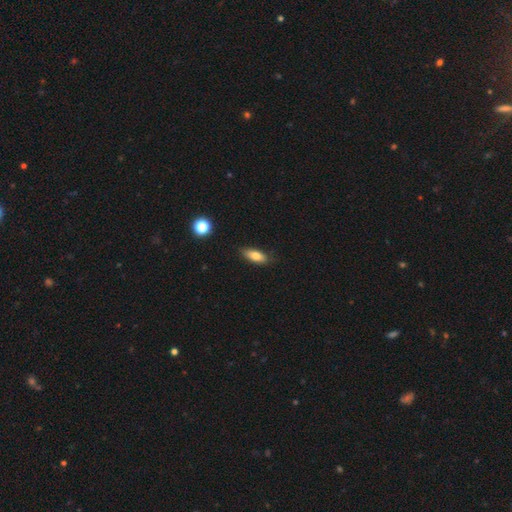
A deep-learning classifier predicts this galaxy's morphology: Smooth or featured? Predicted: smooth (p=0.79). How rounded? Predicted: in between (p=0.74). Merging? Predicted: none (p=0.82).